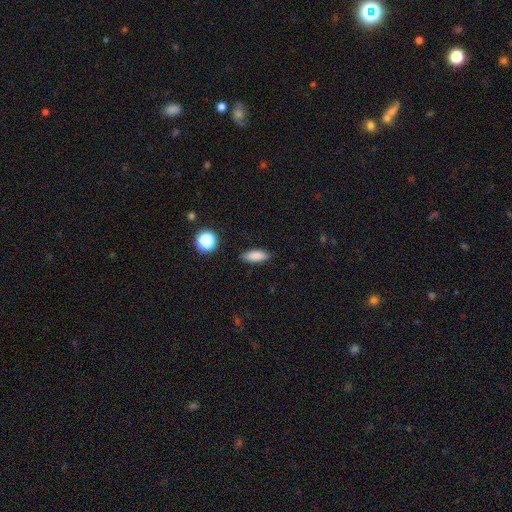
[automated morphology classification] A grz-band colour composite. It shows a smooth galaxy with no disk features (85%) that is in between round and cigar-shaped (72%). Merging: none (86%).